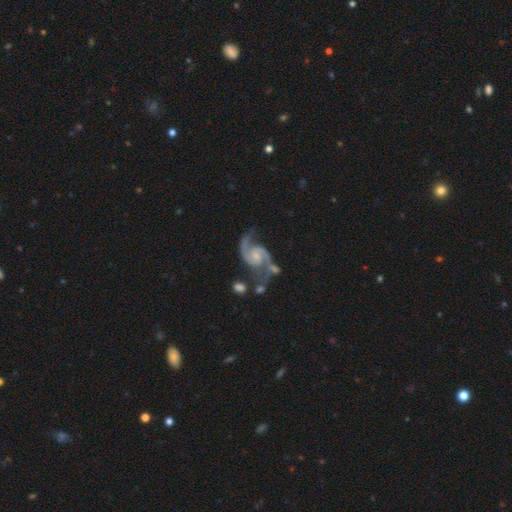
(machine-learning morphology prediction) type=featured or disk (93%); edge-on=no (98%); bar=no (59%); spiral arms=yes (98%); winding=medium (58%); arm count=2 (93%); bulge=small (55%); merging=none (53%).